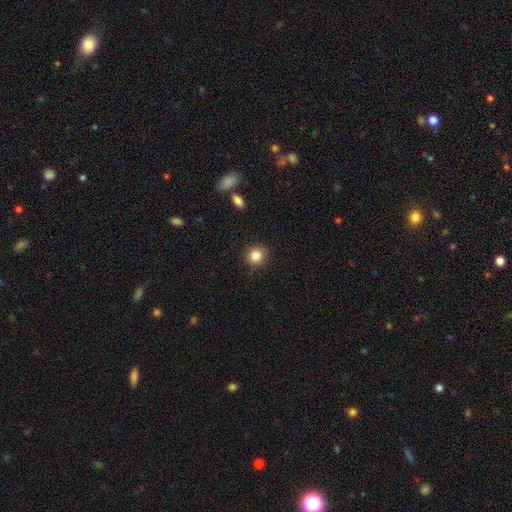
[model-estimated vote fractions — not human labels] smooth_or_featured: smooth (p=0.85) [alt: star or artifact p=0.10]
how_rounded: round (p=0.90) [alt: in between p=0.09]
merging: none (p=0.88) [alt: minor disturbance p=0.09]